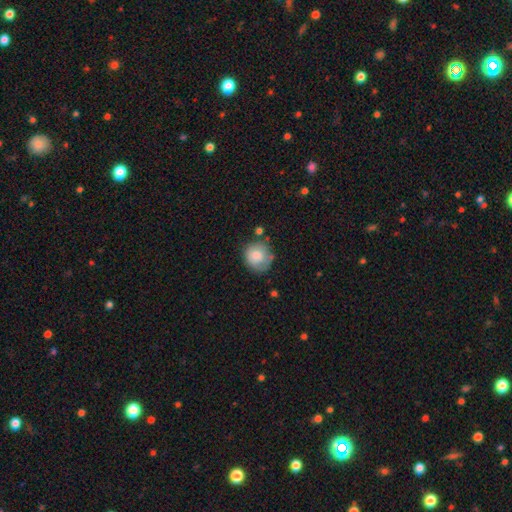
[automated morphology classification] The model was most divided on "merging": none: 67%, minor disturbance: 22%, major disturbance: 6%, merger: 6%. More confident: how rounded — round (89%); smooth or featured — smooth (80%).